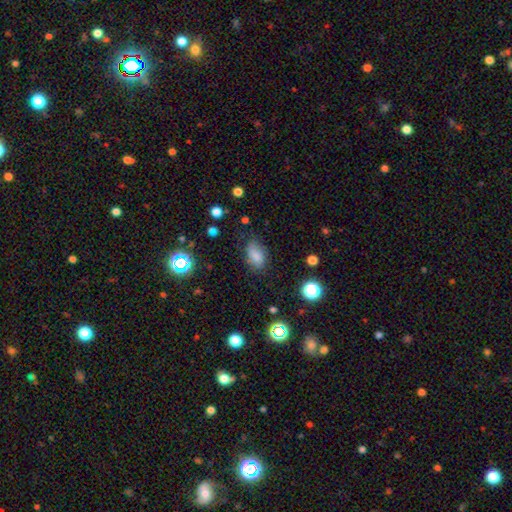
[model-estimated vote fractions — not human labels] Q: Smooth or featured?
A: smooth (75%); runner-up: star or artifact (14%)
Q: How rounded?
A: in between (88%); runner-up: round (10%)
Q: Merging?
A: none (64%); runner-up: minor disturbance (25%)